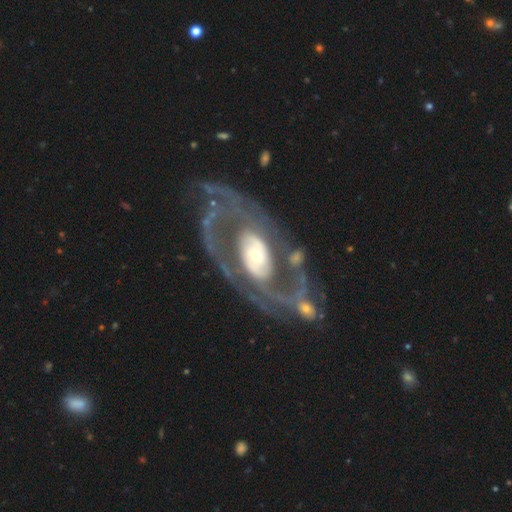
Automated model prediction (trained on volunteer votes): Smooth or featured? Predicted: featured or disk (p=0.83). Edge-on disk? Predicted: no (p=0.94). Bar? Predicted: no (p=0.65). Spiral arms? Predicted: yes (p=0.74). Spiral winding? Predicted: medium (p=0.36). Spiral arm count? Predicted: 2 (p=0.61). Bulge size? Predicted: moderate (p=0.47). Merging? Predicted: none (p=0.51).